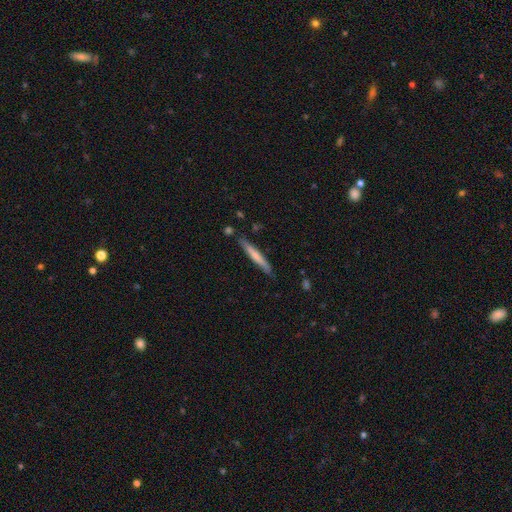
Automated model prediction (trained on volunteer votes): This appears to be a smooth galaxy with no disk features (61%) that is cigar-shaped (95%). Merging: none (83%).